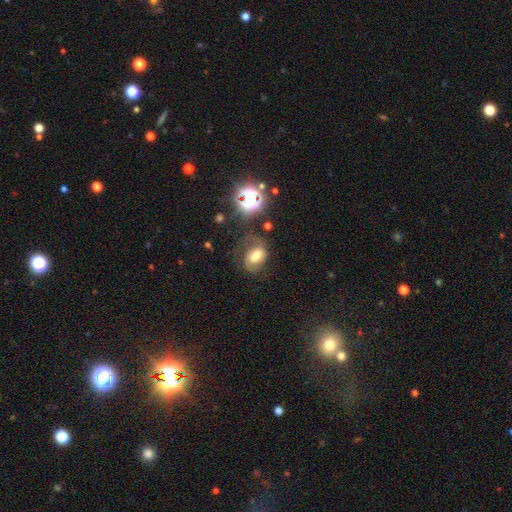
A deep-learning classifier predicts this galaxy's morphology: type=smooth (47%); merging=none (52%).